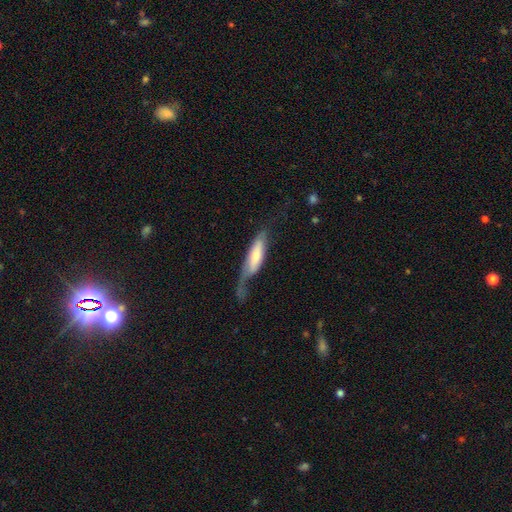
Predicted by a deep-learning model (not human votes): smooth_or_featured: smooth (p=0.56) [alt: featured or disk p=0.39]
how_rounded: cigar-shaped (p=0.54) [alt: in between p=0.44]
merging: major disturbance (p=0.44) [alt: none p=0.27]